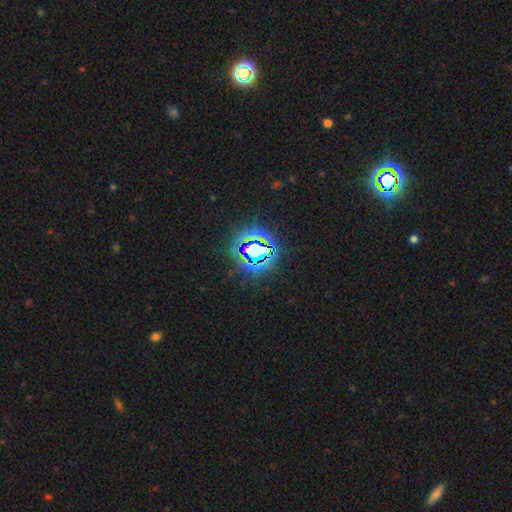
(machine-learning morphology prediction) Smooth or featured? Predicted: star or artifact (p=0.79).